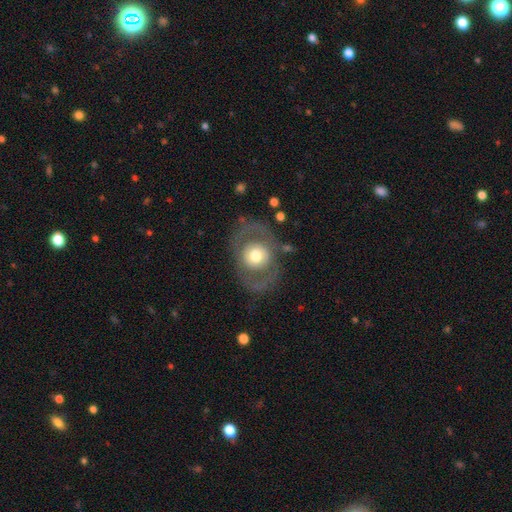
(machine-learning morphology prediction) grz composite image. It shows a featured or disk galaxy (52%). Merging: none (71%).